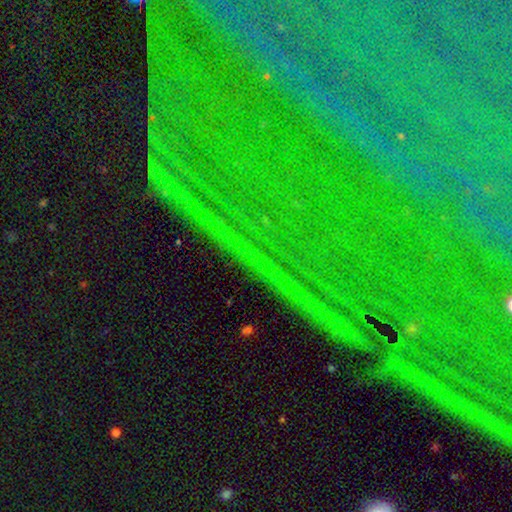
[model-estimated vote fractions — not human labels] Overall: star or artifact (86%).